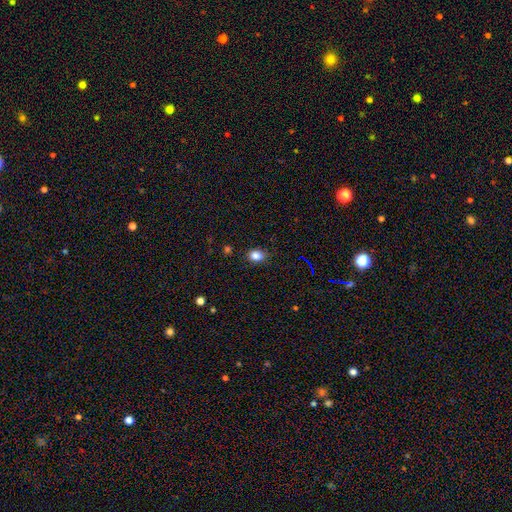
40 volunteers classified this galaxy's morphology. type=smooth (95%); roundness=in between (74%); merging=none (75%).